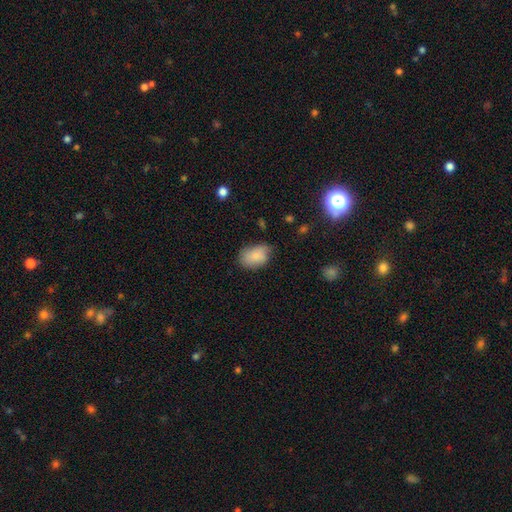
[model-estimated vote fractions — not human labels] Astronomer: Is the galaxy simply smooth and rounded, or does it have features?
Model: smooth — 83%.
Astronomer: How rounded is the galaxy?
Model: in between — 85%.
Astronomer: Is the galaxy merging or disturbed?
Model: none — 56% (runner-up: minor disturbance, 34%).